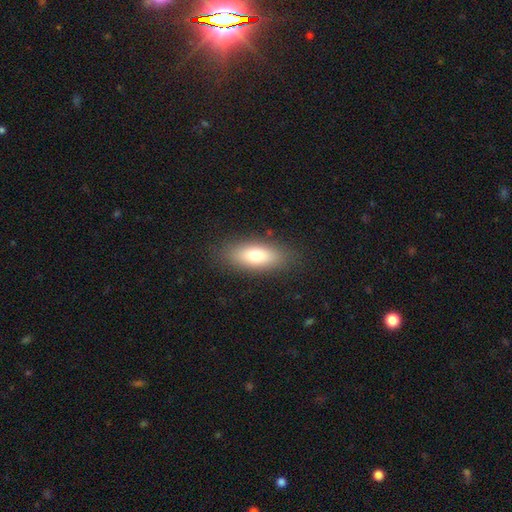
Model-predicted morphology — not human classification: smooth_or_featured: smooth (p=0.75) [alt: featured or disk p=0.17]
how_rounded: in between (p=0.78) [alt: cigar-shaped p=0.18]
merging: none (p=0.85) [alt: minor disturbance p=0.10]